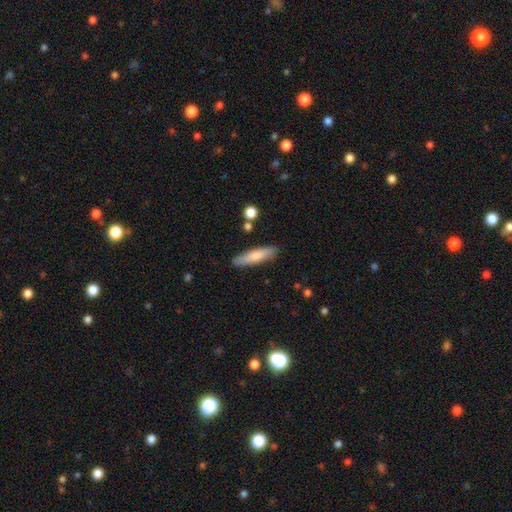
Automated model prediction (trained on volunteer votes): This appears to be a smooth galaxy with no disk features (73%) that is cigar-shaped (76%). Merging: none (86%).